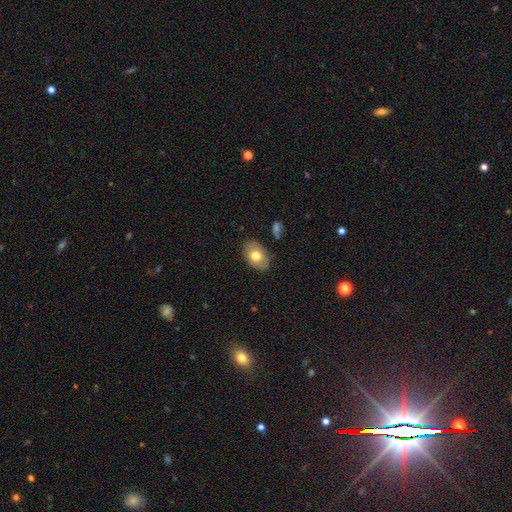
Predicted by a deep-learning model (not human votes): smooth 72%, featured or disk 21%, star or artifact 7%. Down the decision tree: how rounded — in between (87%); merging — none (85%).